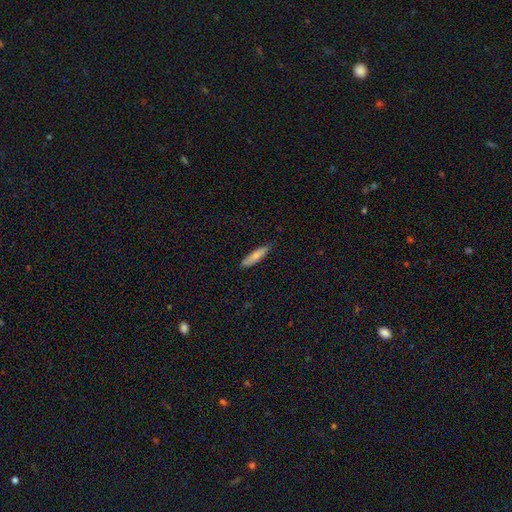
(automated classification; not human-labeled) This is likely a smooth galaxy (80%). How rounded: likely cigar-shaped (76%). Merging: clearly none (81%).